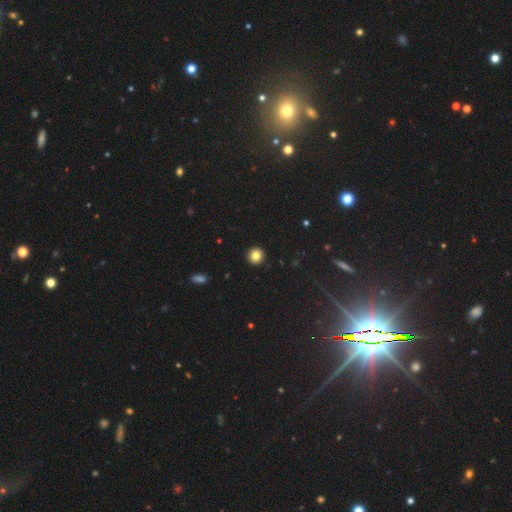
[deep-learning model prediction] Q: Smooth or featured?
A: smooth (84%); runner-up: star or artifact (11%)
Q: How rounded?
A: round (94%); runner-up: in between (5%)
Q: Merging?
A: none (93%); runner-up: minor disturbance (4%)